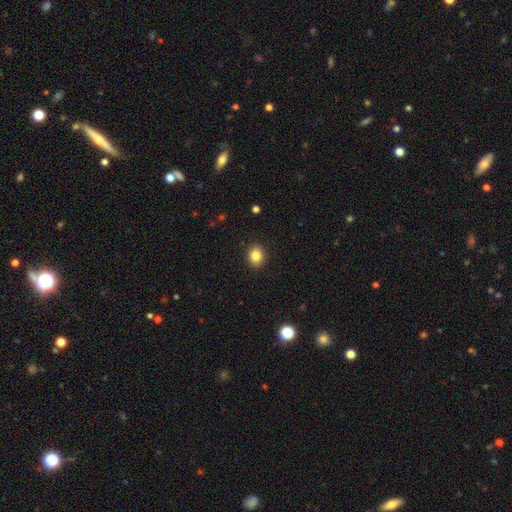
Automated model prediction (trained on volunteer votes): A smooth galaxy with no disk features (84%) that is round (67%). Merging: none (91%).